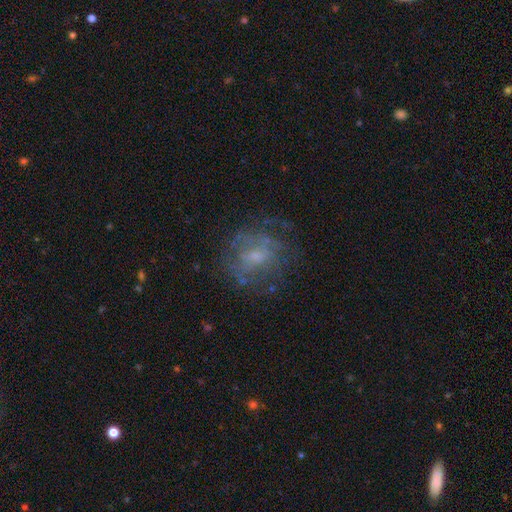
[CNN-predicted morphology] This is possibly a featured or disk galaxy (56%). It is clearly not viewed edge-on (97%). Bar: likely no (64%). Spiral arm pattern: possibly no (59%). Central bulge: possibly small (49%). Merging: likely none (63%).